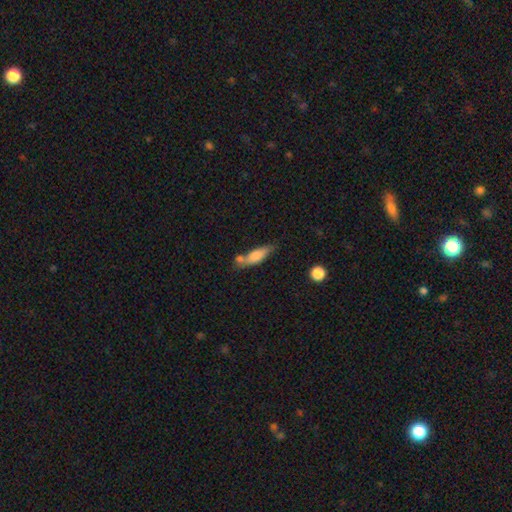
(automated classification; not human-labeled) smooth 68%, featured or disk 25%, star or artifact 7%. Down the decision tree: how rounded — cigar-shaped (53%); merging — none (48%).